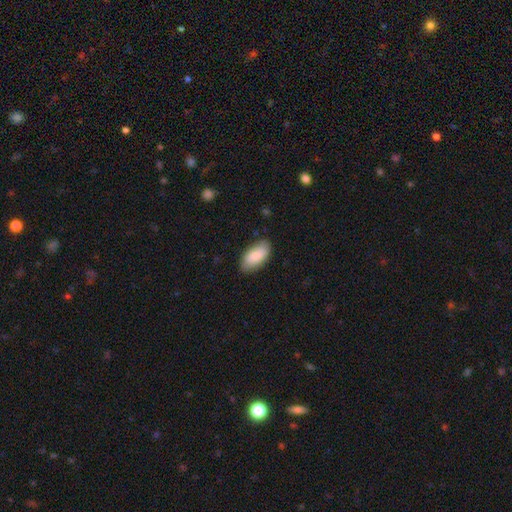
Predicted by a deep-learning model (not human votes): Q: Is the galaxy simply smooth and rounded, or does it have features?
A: smooth — 83%.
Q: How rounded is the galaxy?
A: in between — 94%.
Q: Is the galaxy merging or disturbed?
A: none — 82%.